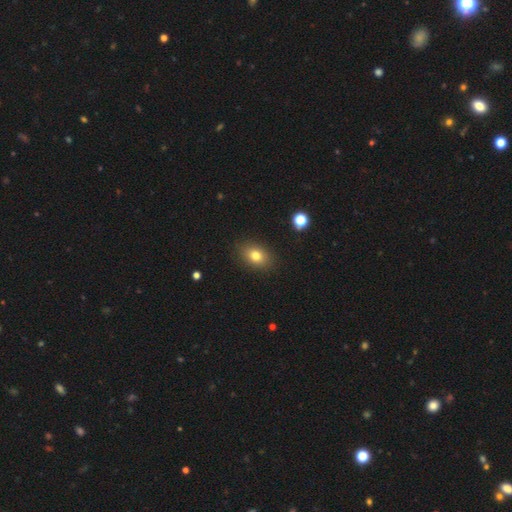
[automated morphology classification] Smooth or featured? Predicted: smooth (p=0.78). How rounded? Predicted: in between (p=0.73). Merging? Predicted: none (p=0.87).